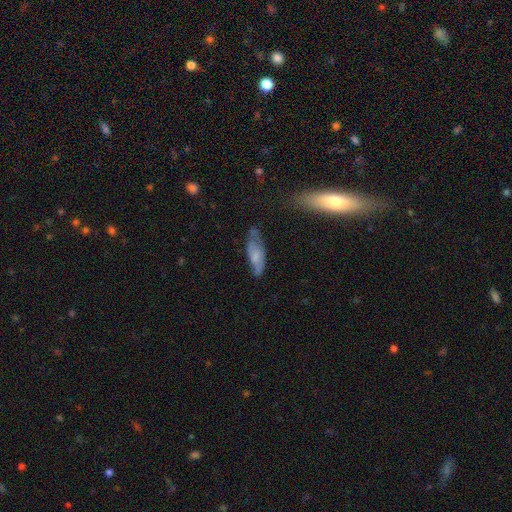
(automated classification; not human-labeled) This is possibly a smooth galaxy (52%). How rounded: likely in between (61%). Merging: possibly none (59%).